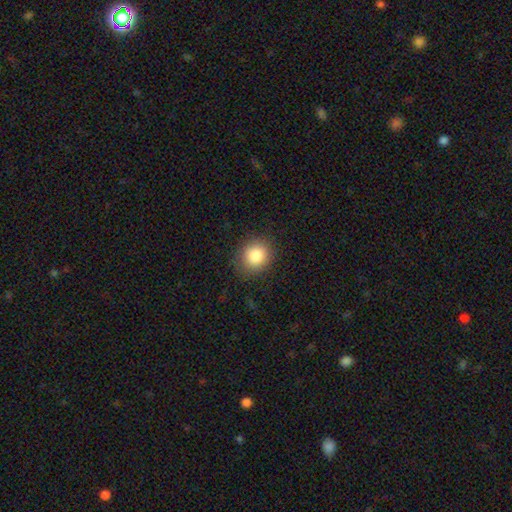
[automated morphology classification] Smooth or featured? smooth (84%)
How rounded? round (77%)
Merging? none (85%)